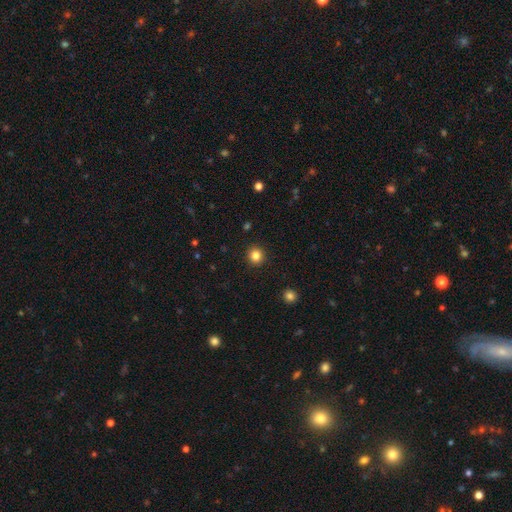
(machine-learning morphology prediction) smooth_or_featured: smooth (p=0.83) [alt: star or artifact p=0.12]
how_rounded: round (p=0.93) [alt: in between p=0.07]
merging: none (p=0.92) [alt: minor disturbance p=0.05]